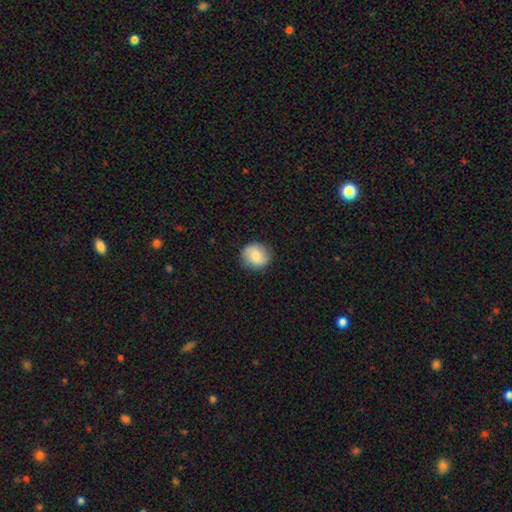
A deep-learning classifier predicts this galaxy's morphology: type=smooth (66%); roundness=round (84%); merging=none (85%).